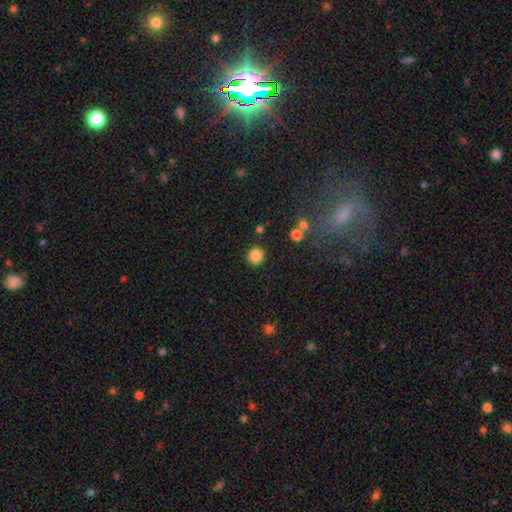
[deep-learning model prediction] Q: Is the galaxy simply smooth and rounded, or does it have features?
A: smooth — 85%.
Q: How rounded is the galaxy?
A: round — 90%.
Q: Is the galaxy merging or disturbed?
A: none — 89%.